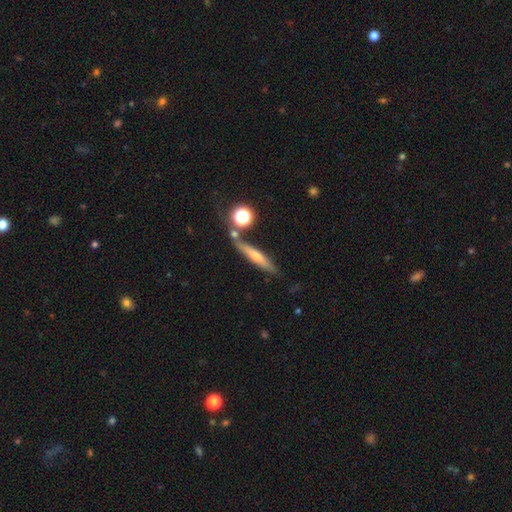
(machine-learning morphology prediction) Smooth or featured?
  - featured or disk: 52% *
  - smooth: 37%
  - star or artifact: 11%
Edge-on disk?
  - yes: 90% *
  - no: 10%
Merging?
  - none: 72% *
  - minor disturbance: 14%
  - merger: 10%
  - major disturbance: 4%